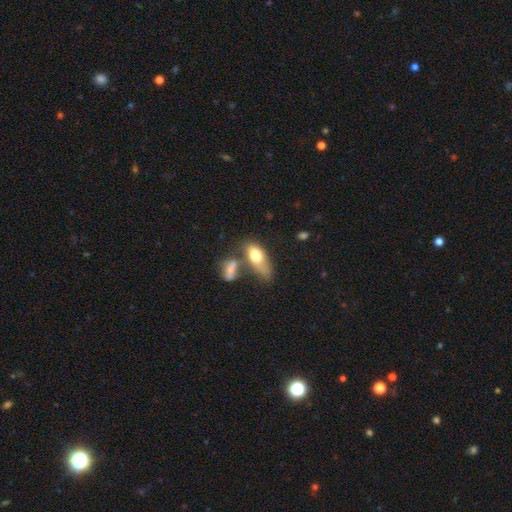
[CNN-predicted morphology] type=smooth (72%); roundness=in between (83%); merging=merger (39%).